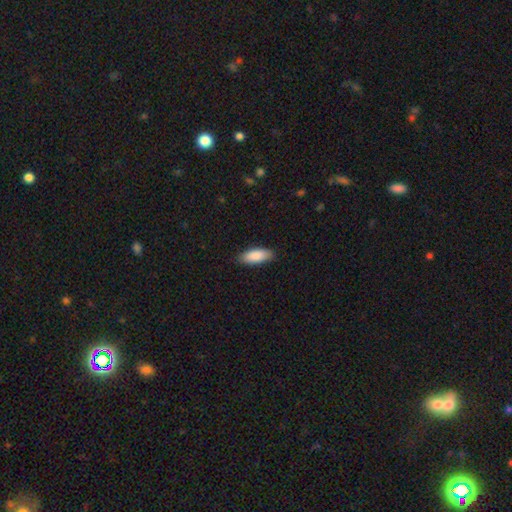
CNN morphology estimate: A smooth galaxy with no disk features (89%) that is in between round and cigar-shaped (77%).

Vote fractions:
- Smooth or featured? smooth: 89% / star or artifact: 6% / featured or disk: 5%
- How rounded? in between: 77% / cigar-shaped: 21% / round: 2%
- Merging? none: 87% / minor disturbance: 10% / major disturbance: 2% / merger: 1%